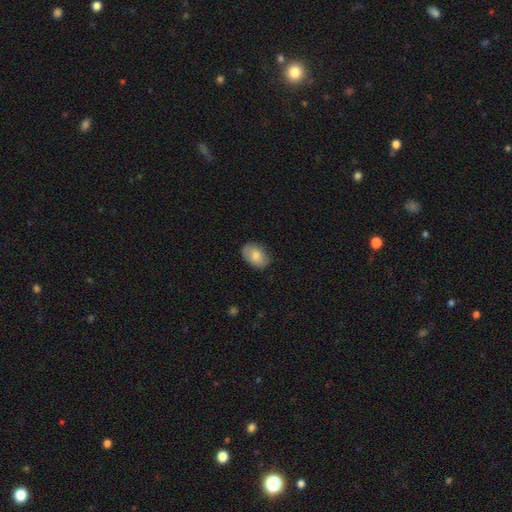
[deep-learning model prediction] Smooth or featured? smooth (78%)
How rounded? in between (85%)
Merging? none (78%)